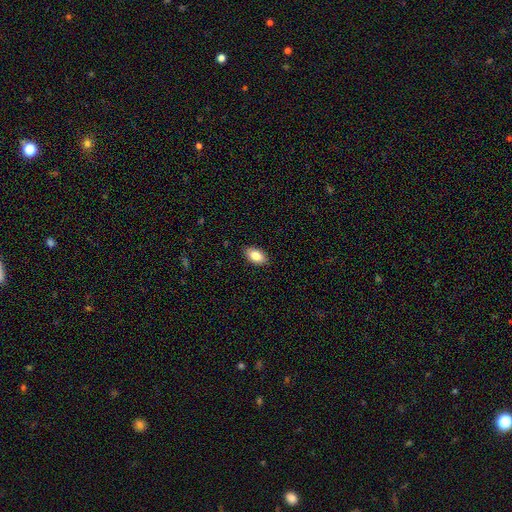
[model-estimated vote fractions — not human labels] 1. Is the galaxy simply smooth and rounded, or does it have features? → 85% smooth, 8% featured or disk, 7% star or artifact.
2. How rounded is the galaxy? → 93% in between, 5% round, 2% cigar-shaped.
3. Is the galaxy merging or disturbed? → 88% none, 9% minor disturbance, 2% major disturbance, 1% merger.